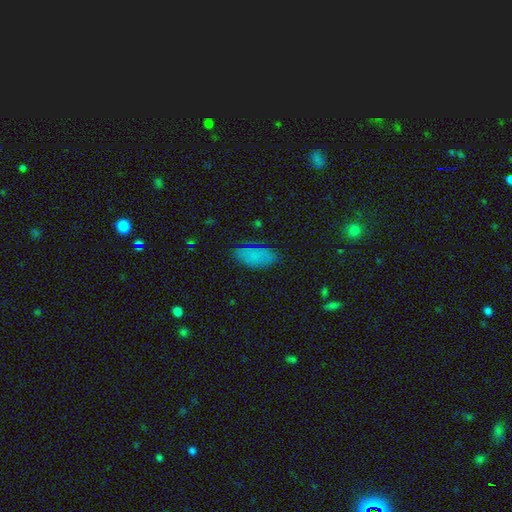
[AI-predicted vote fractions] This is likely a smooth galaxy (79%). How rounded: clearly in between (91%). Merging: likely none (77%).